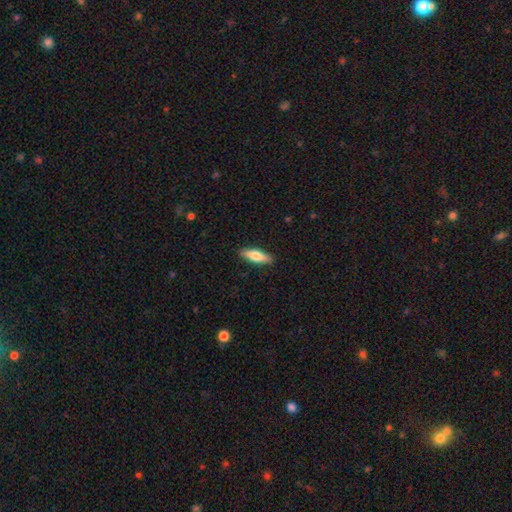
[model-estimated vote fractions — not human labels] A smooth galaxy with no disk features (67%) that is cigar-shaped (50%). Merging: none (89%).